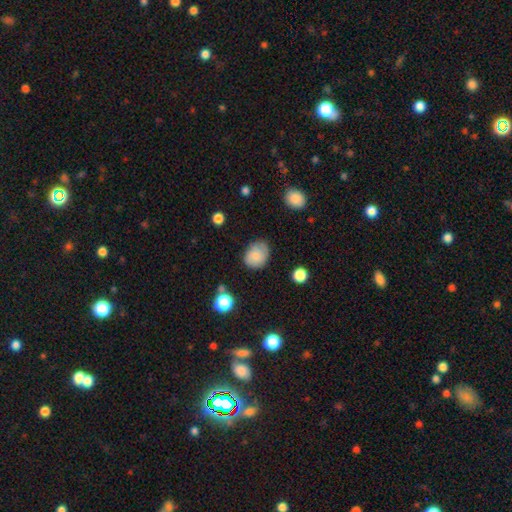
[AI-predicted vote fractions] smooth 73%, featured or disk 18%, star or artifact 9%. Down the decision tree: how rounded — in between (52%); merging — none (69%).